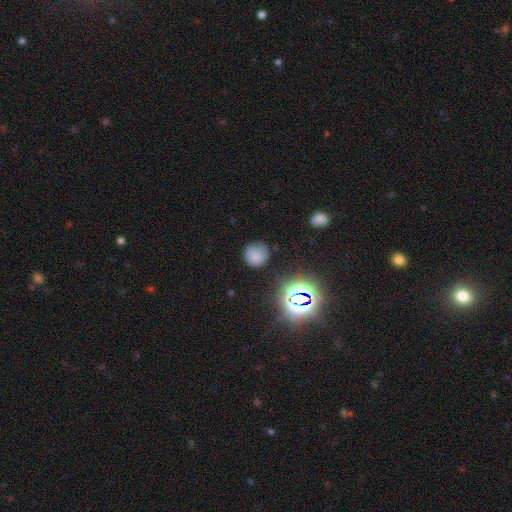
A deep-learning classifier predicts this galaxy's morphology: Q: Smooth or featured?
A: smooth (72%); runner-up: star or artifact (19%)
Q: How rounded?
A: round (90%); runner-up: in between (9%)
Q: Merging?
A: none (75%); runner-up: minor disturbance (17%)